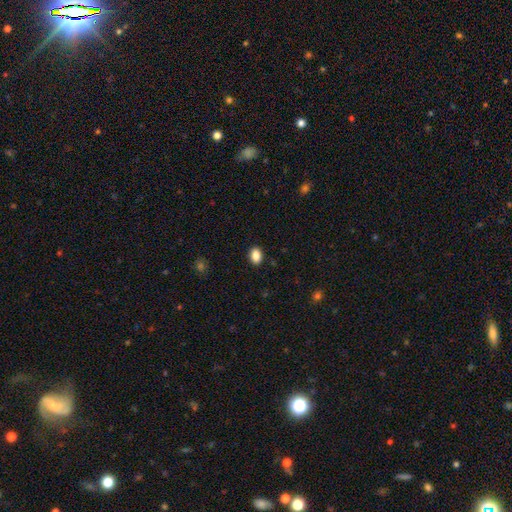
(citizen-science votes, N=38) smooth-or-featured: smooth: 92% | featured or disk: 5% | star or artifact: 3%
  how-rounded: in between: 77% | round: 23% | cigar-shaped: 0%
  merging: none: 95% | minor disturbance: 3% | major disturbance: 3% | merger: 0%